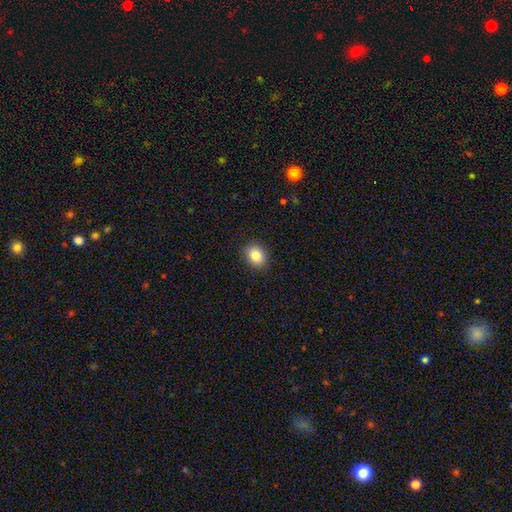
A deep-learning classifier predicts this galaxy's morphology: This is clearly a smooth galaxy (84%). How rounded: possibly in between (53%). Merging: clearly none (89%).